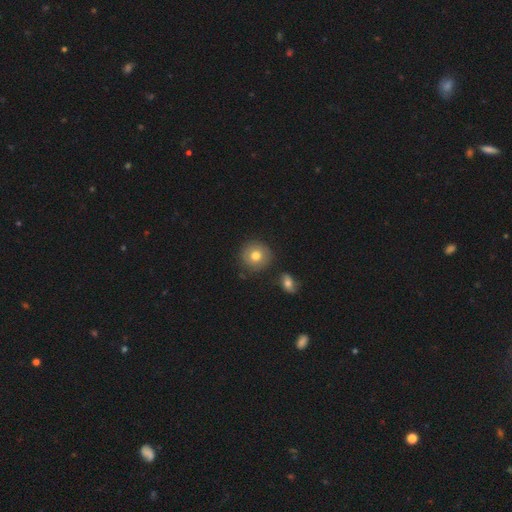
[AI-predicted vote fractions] This is likely a smooth galaxy (73%). How rounded: clearly round (92%). Merging: clearly none (83%).